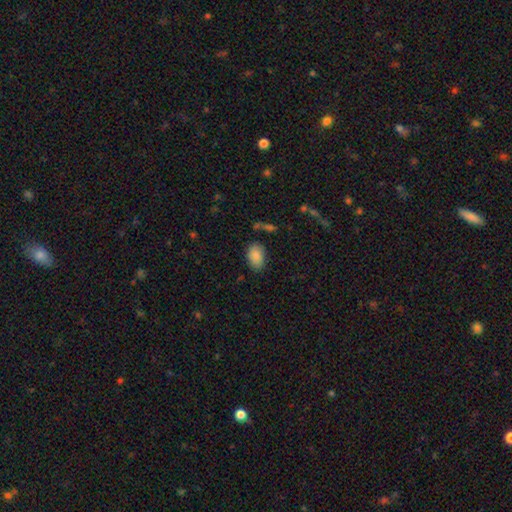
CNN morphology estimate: Smooth or featured: smooth — 87% (star or artifact — 8%)
How rounded: in between — 86% (round — 12%)
Merging: none — 77% (minor disturbance — 16%)